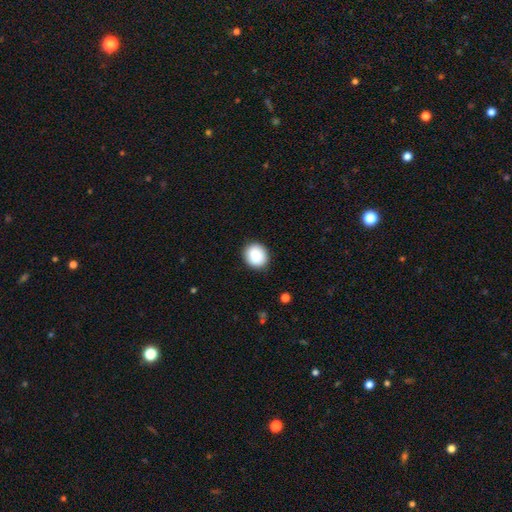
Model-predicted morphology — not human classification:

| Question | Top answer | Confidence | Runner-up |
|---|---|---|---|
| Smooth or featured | smooth | 88% | star or artifact (8%) |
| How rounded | round | 77% | in between (22%) |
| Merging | none | 88% | minor disturbance (9%) |